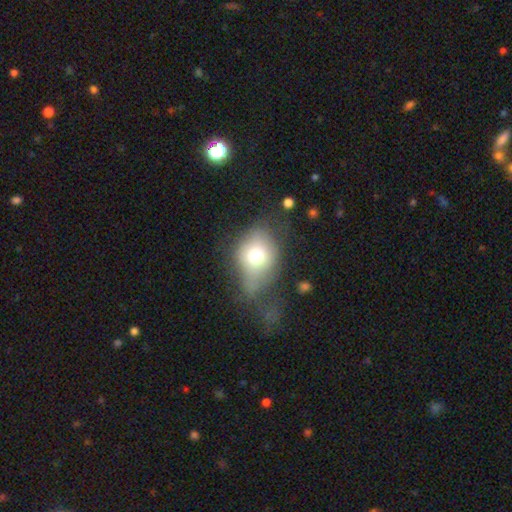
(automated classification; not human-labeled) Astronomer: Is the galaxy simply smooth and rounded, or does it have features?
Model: smooth — 69%.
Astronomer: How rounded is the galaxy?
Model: in between — 51% (runner-up: round, 48%).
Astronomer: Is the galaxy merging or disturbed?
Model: major disturbance — 42% (runner-up: minor disturbance, 27%).